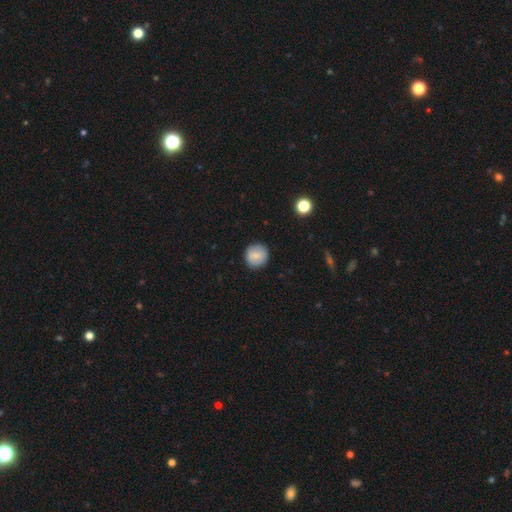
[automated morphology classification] Q: Smooth or featured?
A: smooth (78%); runner-up: featured or disk (15%)
Q: How rounded?
A: round (92%); runner-up: in between (7%)
Q: Merging?
A: none (89%); runner-up: minor disturbance (8%)